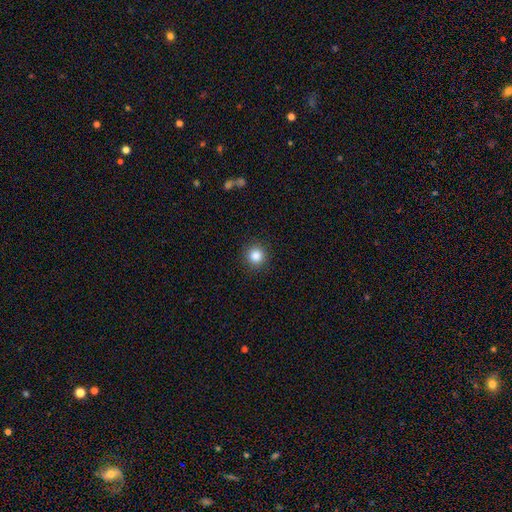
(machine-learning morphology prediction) Smooth or featured?
  - smooth: 85% *
  - star or artifact: 11%
  - featured or disk: 4%
How rounded?
  - round: 94% *
  - in between: 5%
  - cigar-shaped: 1%
Merging?
  - none: 91% *
  - minor disturbance: 6%
  - major disturbance: 2%
  - merger: 1%